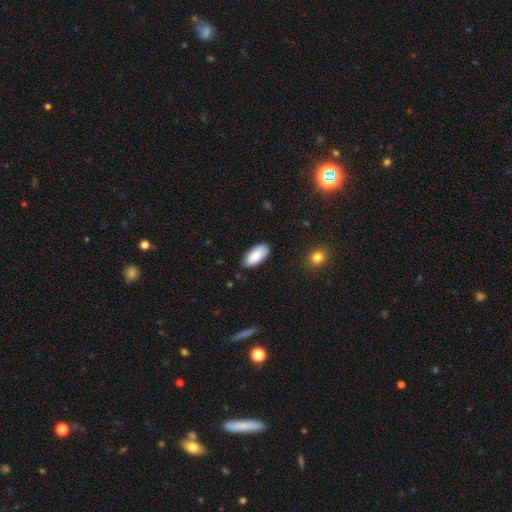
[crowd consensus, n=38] smooth 100%, featured or disk 0%, star or artifact 0%. Down the decision tree: how rounded — in between (97%); merging — none (87%).